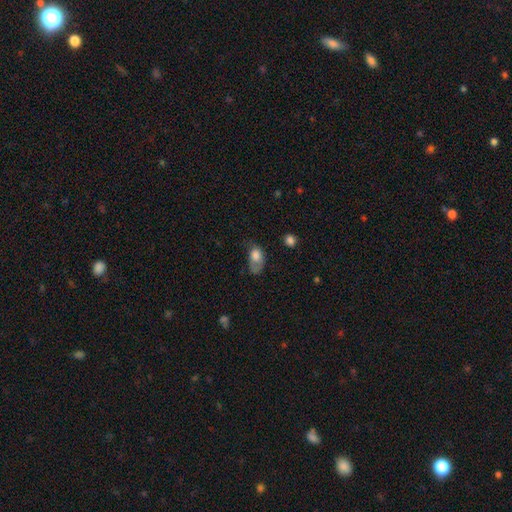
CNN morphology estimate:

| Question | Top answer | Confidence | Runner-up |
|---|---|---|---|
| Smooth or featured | smooth | 74% | featured or disk (18%) |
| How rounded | in between | 84% | round (14%) |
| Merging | major disturbance | 40% | minor disturbance (32%) |